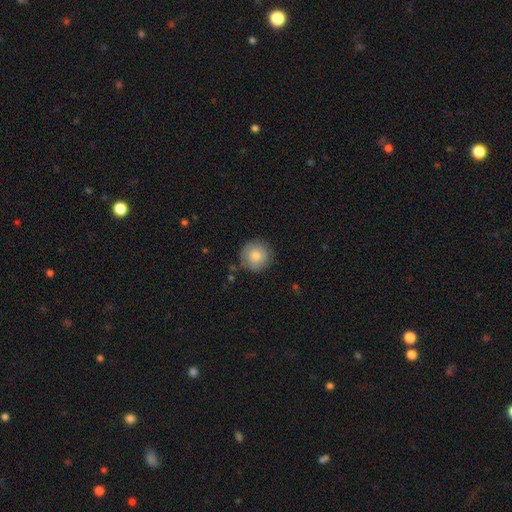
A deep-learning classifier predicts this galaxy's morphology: A smooth galaxy with no disk features (80%) that is round (95%). Merging: none (84%).